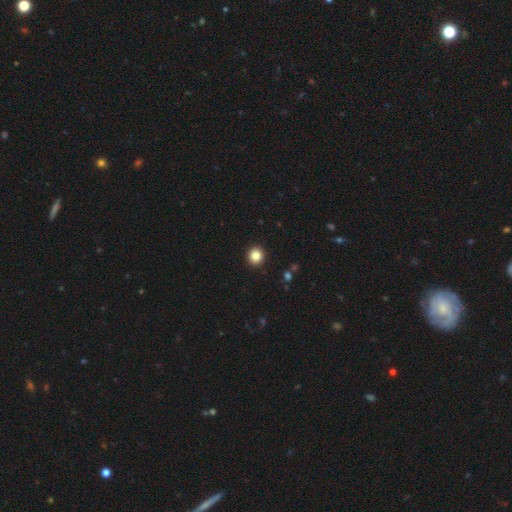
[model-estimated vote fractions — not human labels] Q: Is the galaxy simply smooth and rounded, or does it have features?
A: smooth — 84%.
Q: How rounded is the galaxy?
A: round — 87%.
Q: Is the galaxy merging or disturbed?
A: none — 93%.